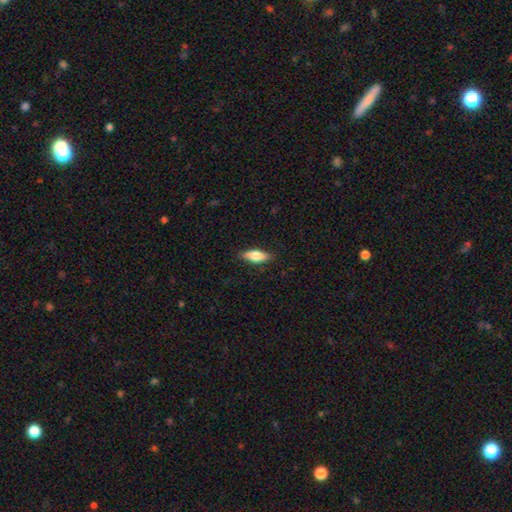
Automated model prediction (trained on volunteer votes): Morphology: type=smooth (74%); roundness=in between (69%); merging=none (86%).